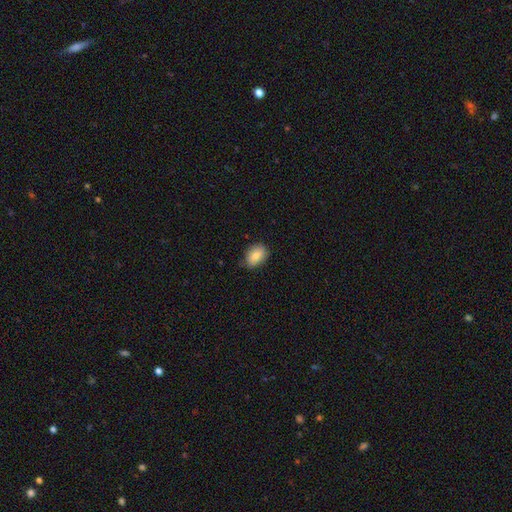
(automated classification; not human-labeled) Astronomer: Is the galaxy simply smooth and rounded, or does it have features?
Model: smooth — 81%.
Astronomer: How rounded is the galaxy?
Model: in between — 79%.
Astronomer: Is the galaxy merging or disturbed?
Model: none — 76%.